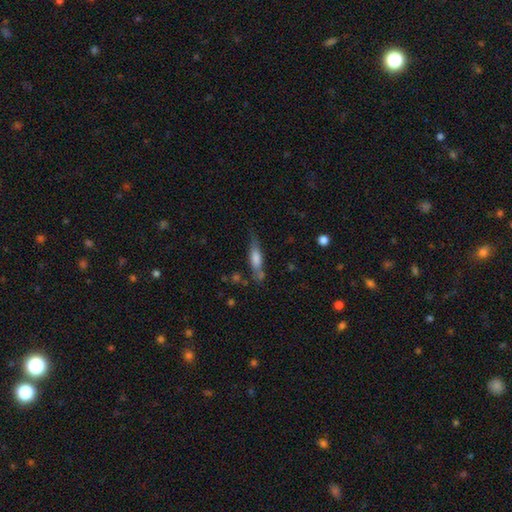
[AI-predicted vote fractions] Smooth or featured: smooth — 52% (featured or disk — 40%)
How rounded: cigar-shaped — 72% (in between — 26%)
Merging: none — 66% (minor disturbance — 21%)